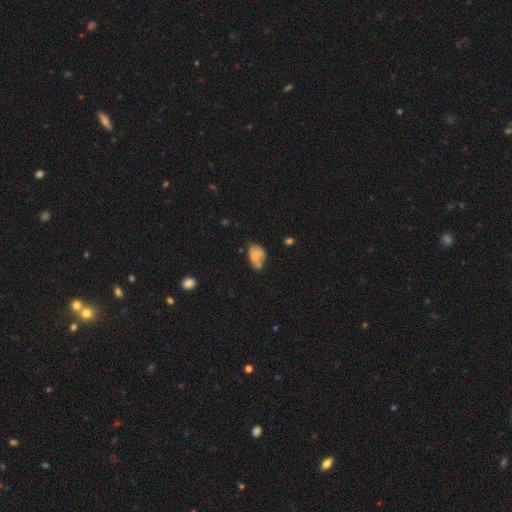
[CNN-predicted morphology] Smooth or featured? Predicted: smooth (p=0.60). How rounded? Predicted: in between (p=0.83). Merging? Predicted: none (p=0.32).